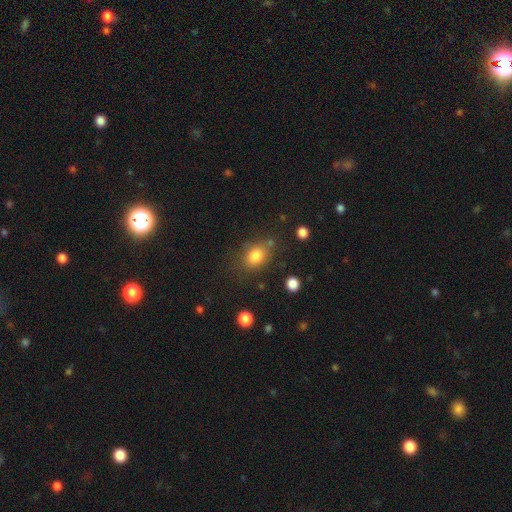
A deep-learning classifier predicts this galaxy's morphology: Smooth or featured? smooth (81%)
How rounded? in between (62%)
Merging? none (70%)